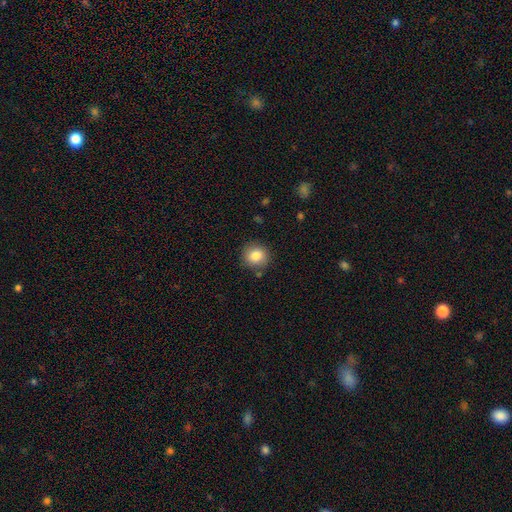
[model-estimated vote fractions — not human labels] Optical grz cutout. It shows a smooth galaxy with no disk features (84%) that is round (89%). Merging: none (86%).